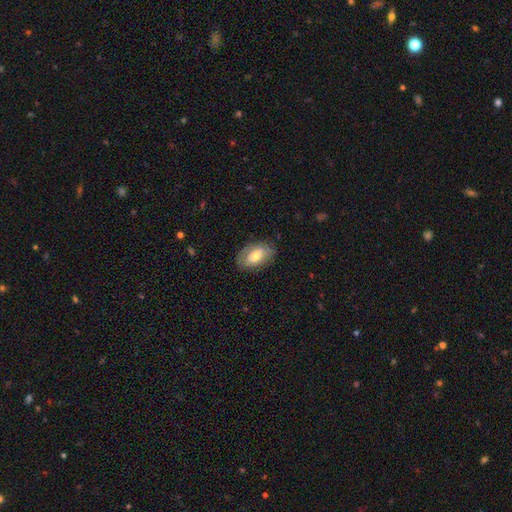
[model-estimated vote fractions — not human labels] Smooth or featured: smooth — 55% (featured or disk — 38%)
How rounded: in between — 91% (round — 7%)
Merging: none — 75% (minor disturbance — 18%)